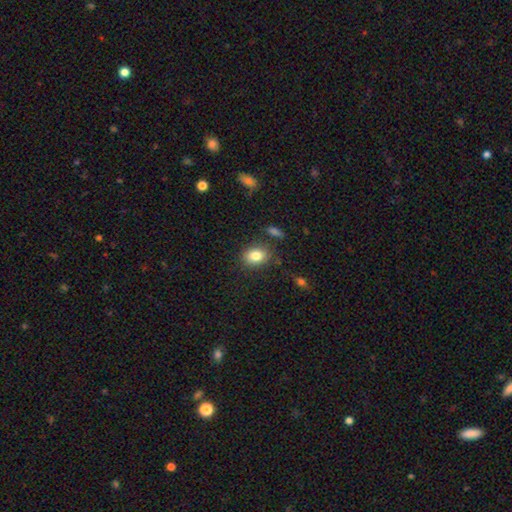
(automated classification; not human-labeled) Overall: smooth (82%). How rounded: in between (60%; round 39%). Merging: none (81%).